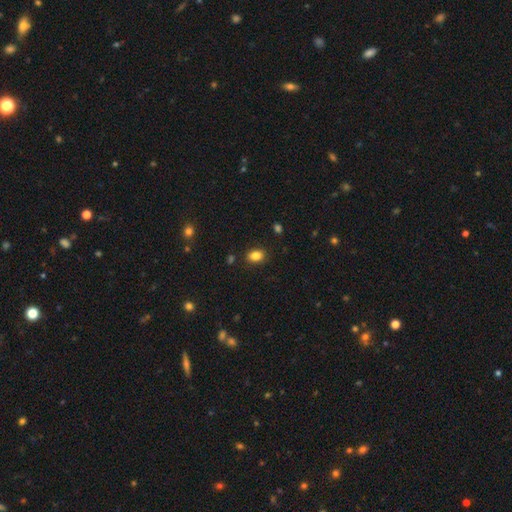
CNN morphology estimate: This appears to be a smooth galaxy with no disk features (85%) that is in between round and cigar-shaped (70%). Merging: none (86%).